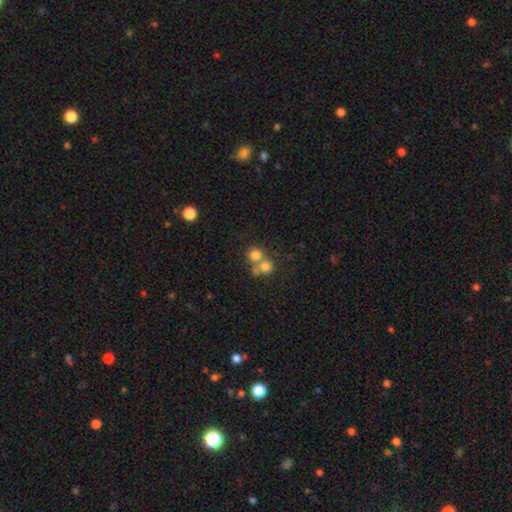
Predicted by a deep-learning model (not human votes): The model was most divided on "merging": merger: 50%, none: 40%, minor disturbance: 6%, major disturbance: 4%. More confident: how rounded — round (86%); smooth or featured — smooth (74%).